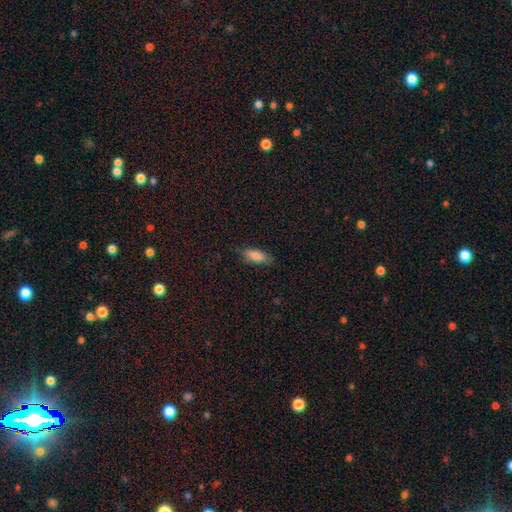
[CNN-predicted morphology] A smooth galaxy with no disk features (84%) that is in between round and cigar-shaped (79%). Merging: none (77%).